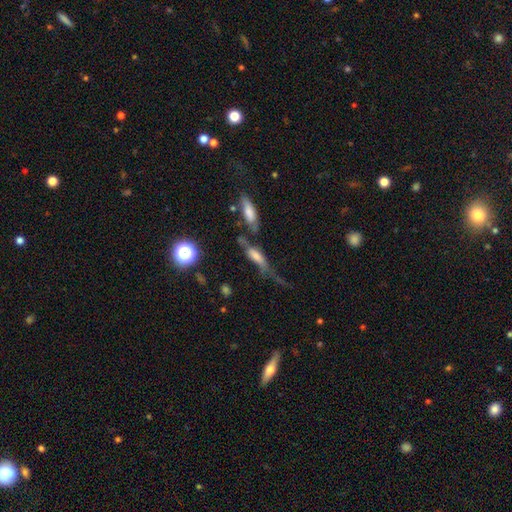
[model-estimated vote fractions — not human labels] smooth-or-featured: smooth: 44% | featured or disk: 41% | star or artifact: 15%
  merging: merger: 31% | none: 27% | major disturbance: 25% | minor disturbance: 17%